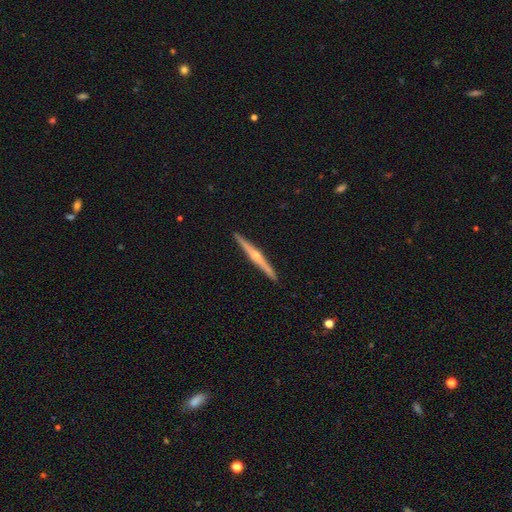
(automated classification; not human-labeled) The model was most divided on "smooth or featured": featured or disk: 79%, smooth: 16%, star or artifact: 5%. More confident: edge-on disk — yes (99%); merging — none (93%); edge-on bulge — rounded (89%).